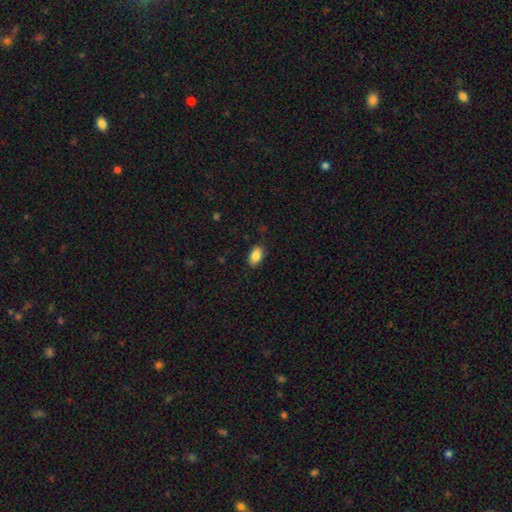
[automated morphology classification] The model was most divided on "merging": none: 86%, minor disturbance: 11%, major disturbance: 2%, merger: 1%. More confident: how rounded — in between (91%); smooth or featured — smooth (87%).